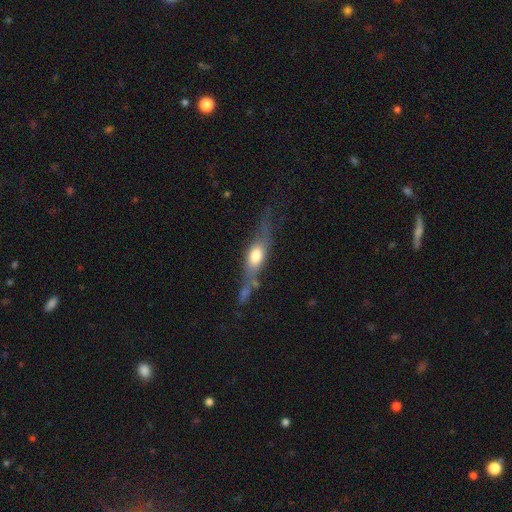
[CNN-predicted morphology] This is possibly a smooth galaxy (47%). Merging: possibly none (51%).